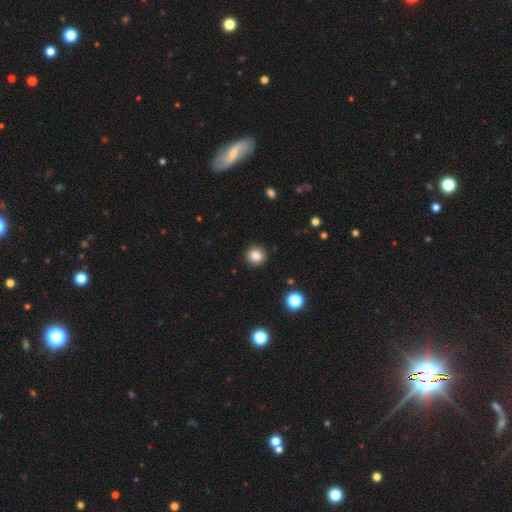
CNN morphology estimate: type=smooth (85%); roundness=round (91%); merging=none (91%).